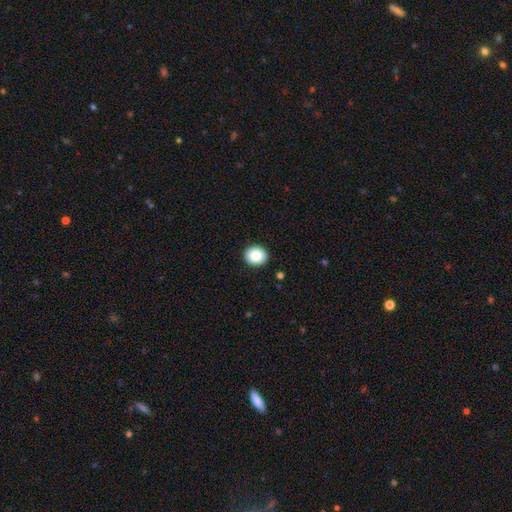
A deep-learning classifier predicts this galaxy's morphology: This appears to be a smooth galaxy with no disk features (85%) that is round (77%). Merging: none (92%).